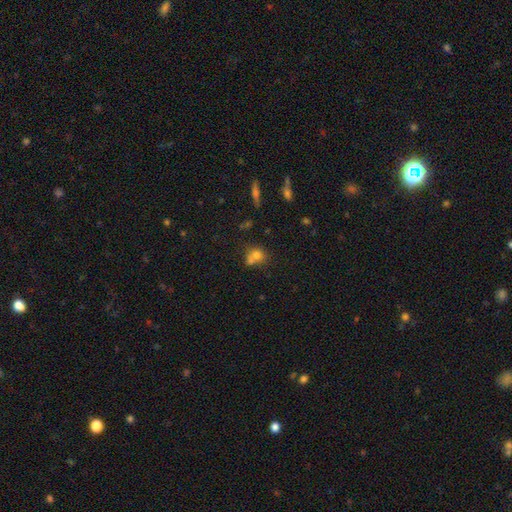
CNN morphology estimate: smooth_or_featured: smooth (p=0.71) [alt: featured or disk p=0.15]
how_rounded: round (p=0.69) [alt: in between p=0.29]
merging: merger (p=0.50) [alt: none p=0.35]